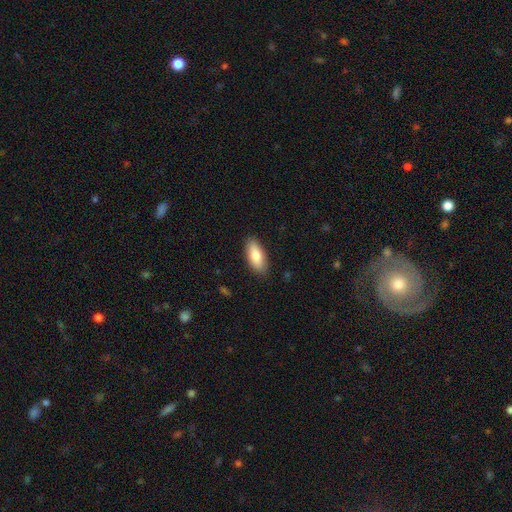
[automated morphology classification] This is clearly a smooth galaxy (81%). How rounded: clearly in between (82%). Merging: clearly none (87%).